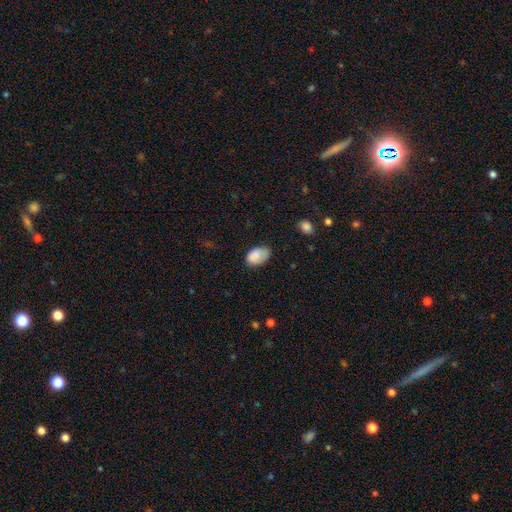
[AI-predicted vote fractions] This is clearly a smooth galaxy (85%). How rounded: clearly in between (91%). Merging: likely none (63%).